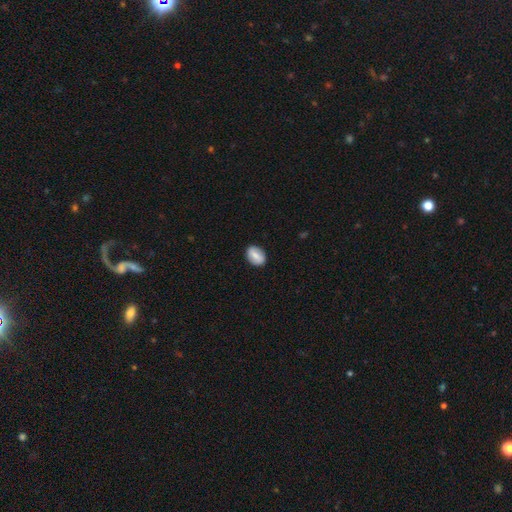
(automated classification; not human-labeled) Q: Smooth or featured?
A: smooth (71%); runner-up: featured or disk (22%)
Q: How rounded?
A: in between (80%); runner-up: round (18%)
Q: Merging?
A: none (87%); runner-up: minor disturbance (10%)